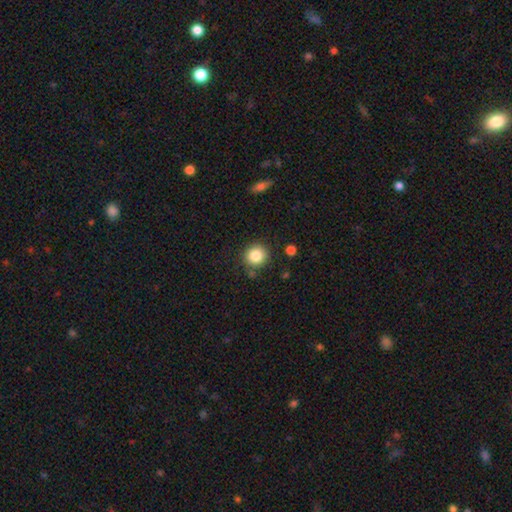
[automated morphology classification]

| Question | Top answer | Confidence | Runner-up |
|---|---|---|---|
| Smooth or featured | smooth | 84% | star or artifact (10%) |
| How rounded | round | 91% | in between (8%) |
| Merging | none | 85% | minor disturbance (9%) |